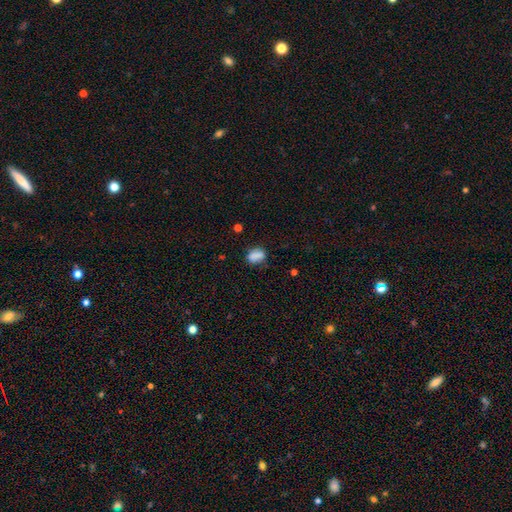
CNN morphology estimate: smooth_or_featured: smooth (p=0.82) [alt: star or artifact p=0.10]
how_rounded: in between (p=0.71) [alt: round p=0.26]
merging: none (p=0.65) [alt: minor disturbance p=0.22]